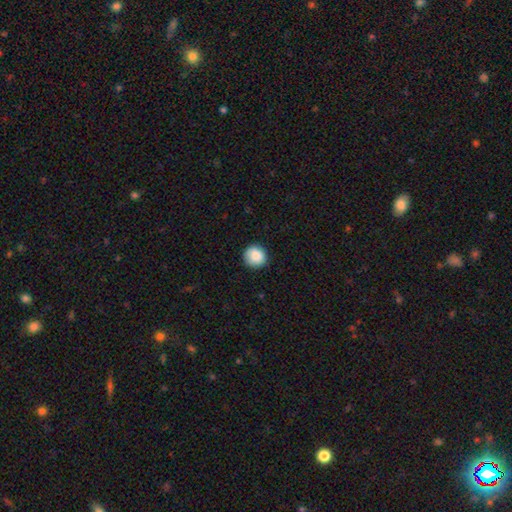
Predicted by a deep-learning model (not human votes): A smooth galaxy with no disk features (87%) that is round (92%).

Vote fractions:
- Smooth or featured? smooth: 87% / star or artifact: 8% / featured or disk: 5%
- How rounded? round: 92% / in between: 7% / cigar-shaped: 1%
- Merging? none: 88% / minor disturbance: 10% / major disturbance: 2% / merger: 1%